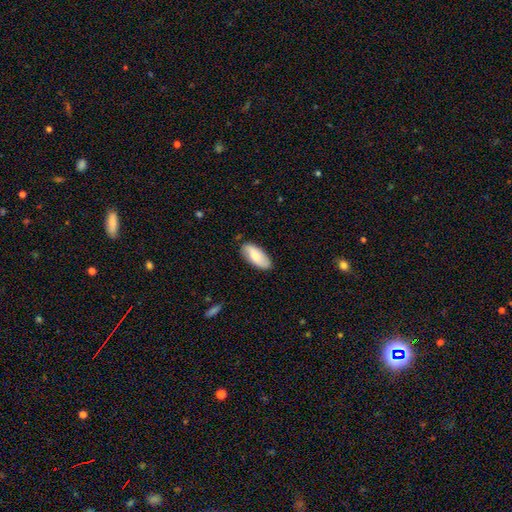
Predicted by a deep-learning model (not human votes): smooth_or_featured: smooth (p=0.76) [alt: featured or disk p=0.18]
how_rounded: in between (p=0.88) [alt: cigar-shaped p=0.10]
merging: none (p=0.81) [alt: minor disturbance p=0.15]